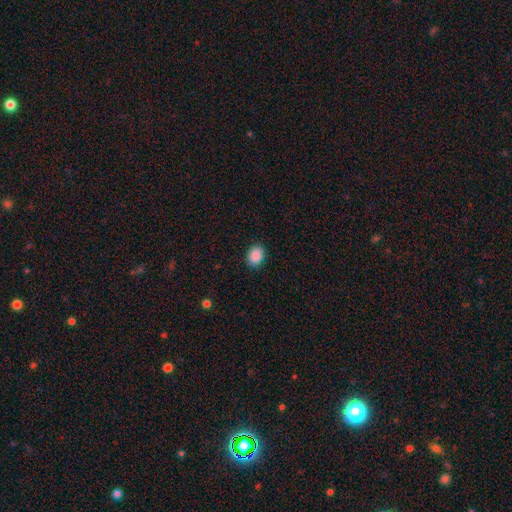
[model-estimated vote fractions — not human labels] Smooth or featured?
  - smooth: 89% *
  - star or artifact: 8%
  - featured or disk: 3%
How rounded?
  - in between: 63% *
  - round: 36%
  - cigar-shaped: 1%
Merging?
  - none: 88% *
  - minor disturbance: 9%
  - major disturbance: 2%
  - merger: 1%